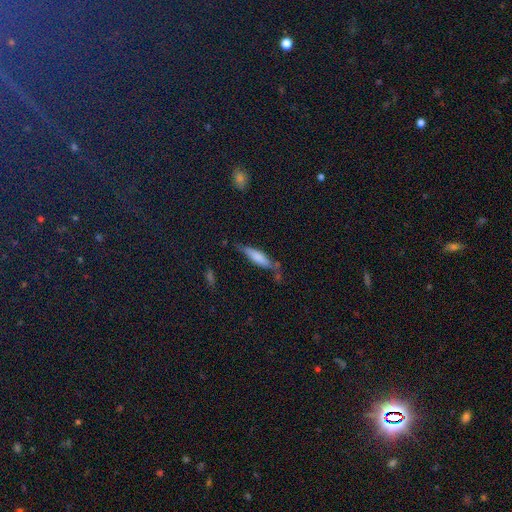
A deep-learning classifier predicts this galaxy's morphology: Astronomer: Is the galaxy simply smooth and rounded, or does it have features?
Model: smooth — 58%.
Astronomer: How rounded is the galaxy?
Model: cigar-shaped — 75%.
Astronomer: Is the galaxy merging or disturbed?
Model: none — 64%.